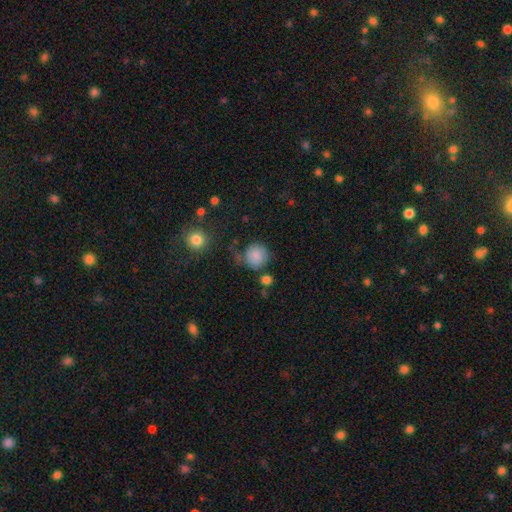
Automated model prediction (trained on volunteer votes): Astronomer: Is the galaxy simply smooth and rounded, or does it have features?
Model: smooth — 79%.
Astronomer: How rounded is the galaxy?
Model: round — 89%.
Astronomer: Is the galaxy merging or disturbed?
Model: none — 64%.